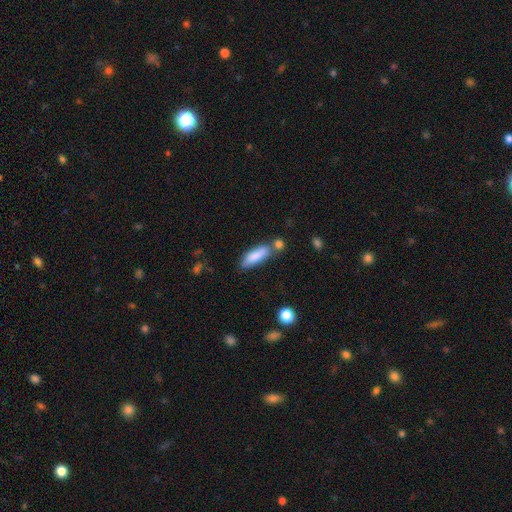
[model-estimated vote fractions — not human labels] A smooth galaxy with no disk features (82%) that is in between round and cigar-shaped (50%). Merging: none (59%).